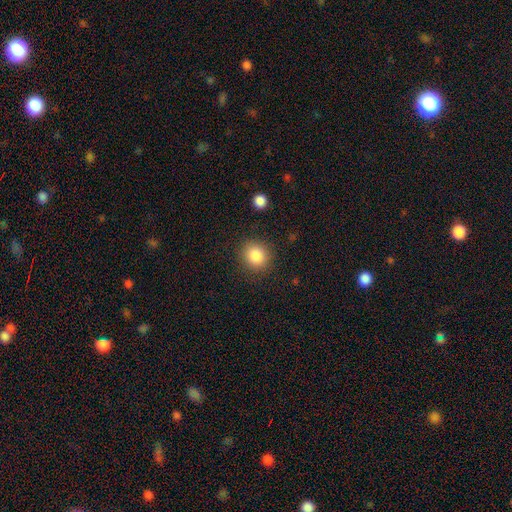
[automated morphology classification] smooth 85%, star or artifact 9%, featured or disk 5%. Down the decision tree: how rounded — round (84%); merging — none (87%).